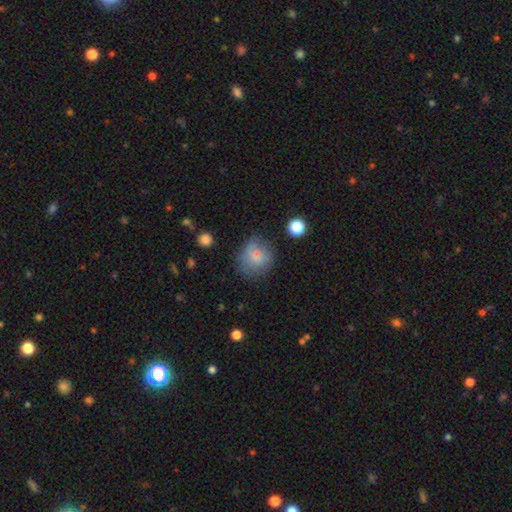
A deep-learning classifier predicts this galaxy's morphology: type=smooth (72%); roundness=round (79%); merging=none (61%).